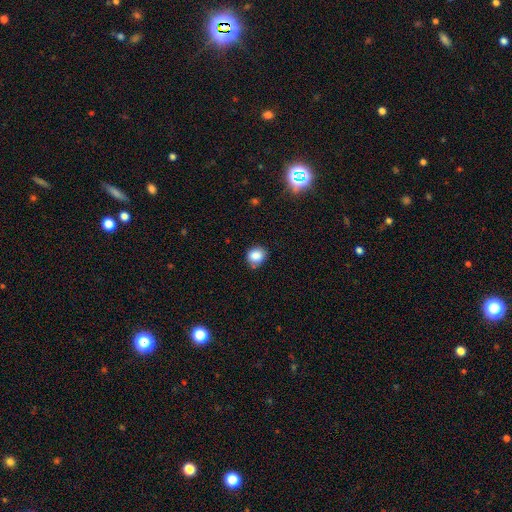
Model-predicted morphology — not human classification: Smooth or featured? Predicted: smooth (p=0.86). How rounded? Predicted: round (p=0.77). Merging? Predicted: none (p=0.73).